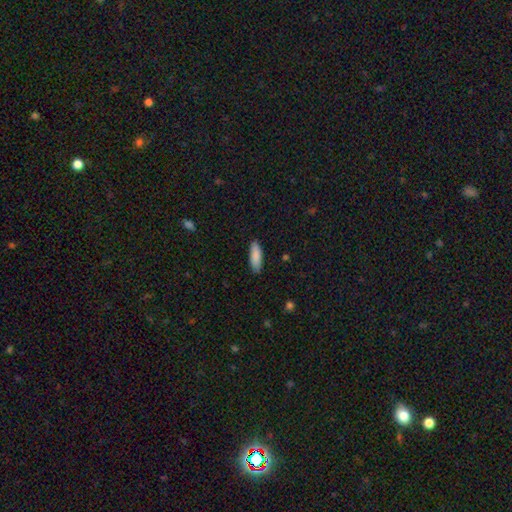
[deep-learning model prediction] This is clearly a smooth galaxy (88%). How rounded: possibly in between (53%). Merging: clearly none (87%).